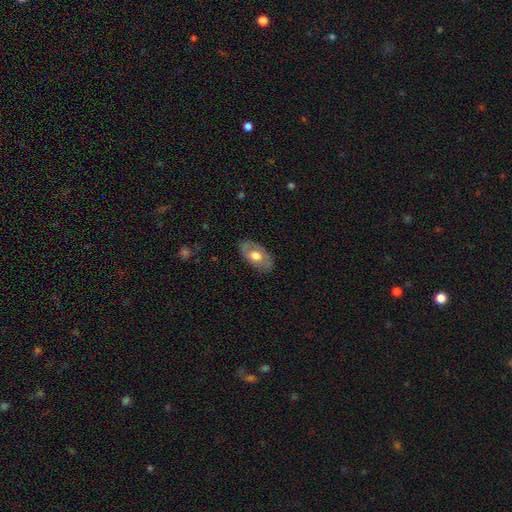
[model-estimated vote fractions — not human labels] Morphology: type=smooth (51%); roundness=in between (91%); merging=none (78%).